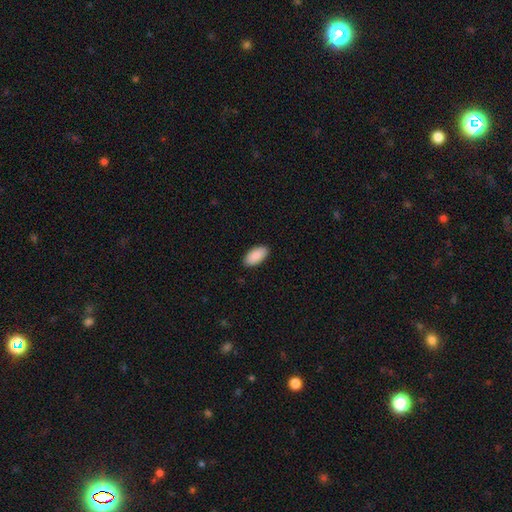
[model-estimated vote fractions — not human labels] A smooth galaxy with no disk features (91%) that is in between round and cigar-shaped (95%).

Vote fractions:
- Smooth or featured? smooth: 91% / star or artifact: 6% / featured or disk: 3%
- How rounded? in between: 95% / cigar-shaped: 3% / round: 2%
- Merging? none: 90% / minor disturbance: 8% / major disturbance: 2% / merger: 1%